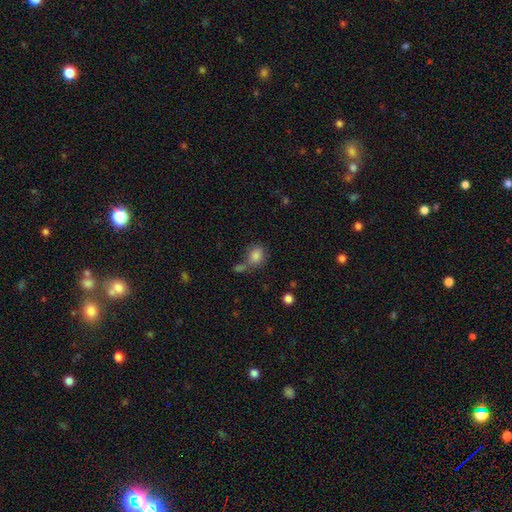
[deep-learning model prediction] smooth-or-featured: smooth: 84% | star or artifact: 10% | featured or disk: 7%
  how-rounded: round: 56% | in between: 43% | cigar-shaped: 1%
  merging: none: 53% | merger: 26% | minor disturbance: 15% | major disturbance: 6%